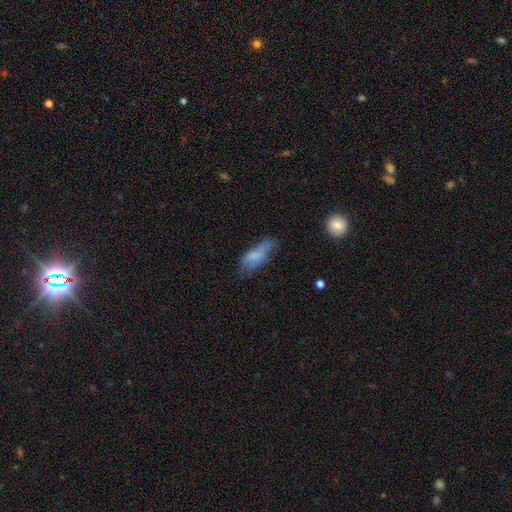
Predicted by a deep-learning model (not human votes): smooth 67%, featured or disk 25%, star or artifact 9%. Down the decision tree: how rounded — in between (69%); merging — none (44%).